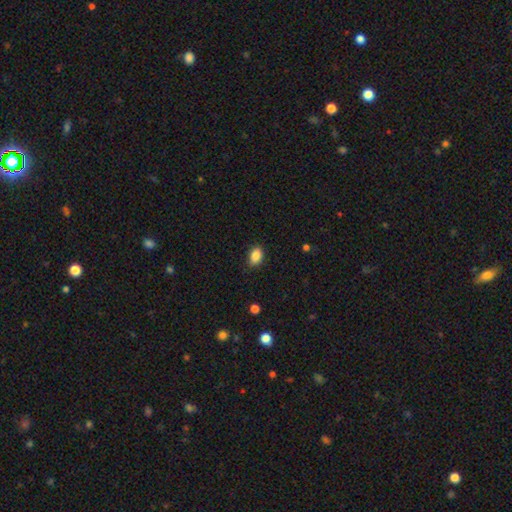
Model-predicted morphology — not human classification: Smooth or featured? Predicted: smooth (p=0.87). How rounded? Predicted: in between (p=0.86). Merging? Predicted: none (p=0.83).